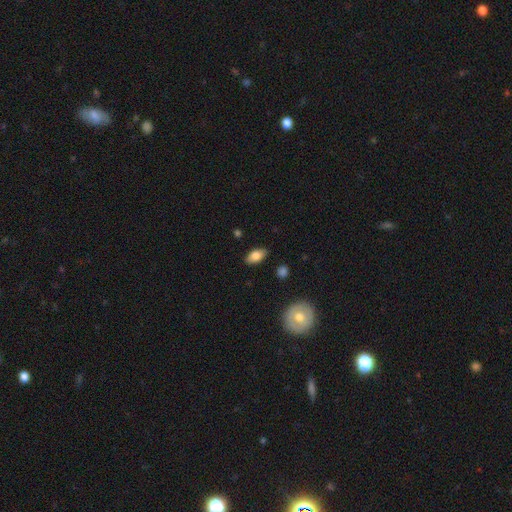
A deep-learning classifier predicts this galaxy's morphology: Overall: smooth (81%). How rounded: in between (91%). Merging: none (86%).